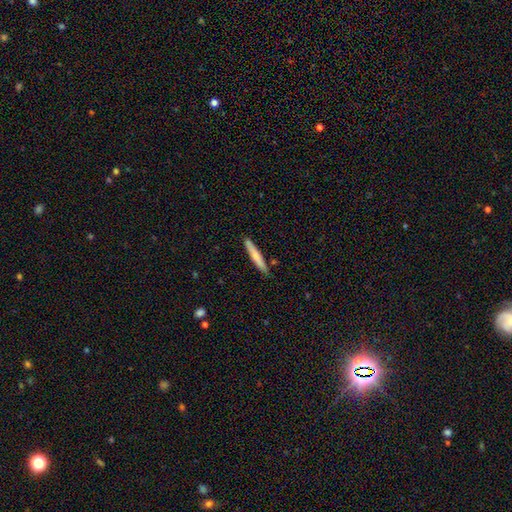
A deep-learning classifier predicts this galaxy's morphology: Smooth or featured? Predicted: smooth (p=0.67). How rounded? Predicted: cigar-shaped (p=0.94). Merging? Predicted: none (p=0.86).